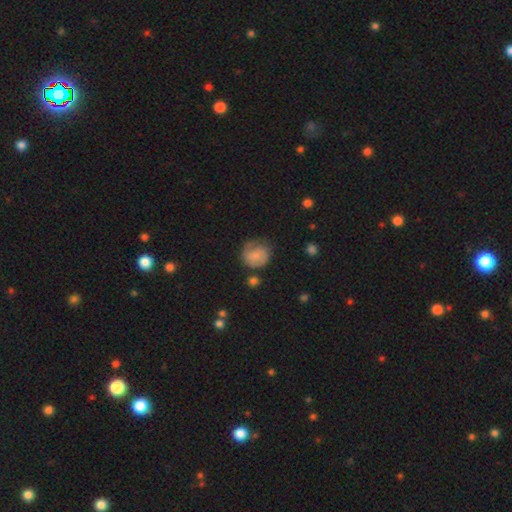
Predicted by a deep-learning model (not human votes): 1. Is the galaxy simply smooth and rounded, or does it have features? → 65% smooth, 26% featured or disk, 9% star or artifact.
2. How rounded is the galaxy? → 77% round, 22% in between, 1% cigar-shaped.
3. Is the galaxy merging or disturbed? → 52% none, 28% minor disturbance, 16% major disturbance, 4% merger.